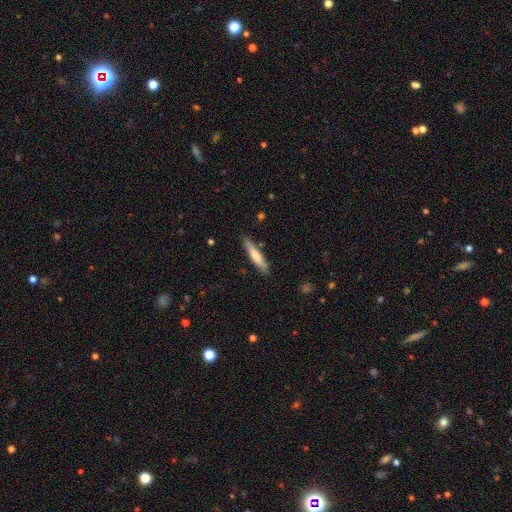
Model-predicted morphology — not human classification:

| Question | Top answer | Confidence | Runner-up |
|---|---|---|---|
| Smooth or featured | smooth | 68% | featured or disk (26%) |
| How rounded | cigar-shaped | 89% | in between (10%) |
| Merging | none | 85% | minor disturbance (11%) |